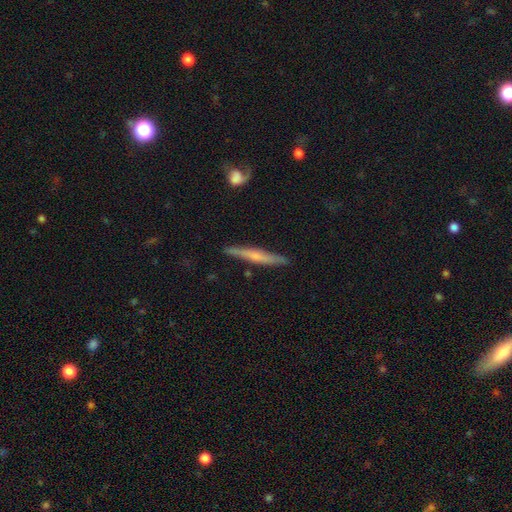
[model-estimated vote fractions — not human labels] A featured or disk galaxy (55%) viewed edge-on (95%) with a rounded central bulge (51%). Merging: none (86%).